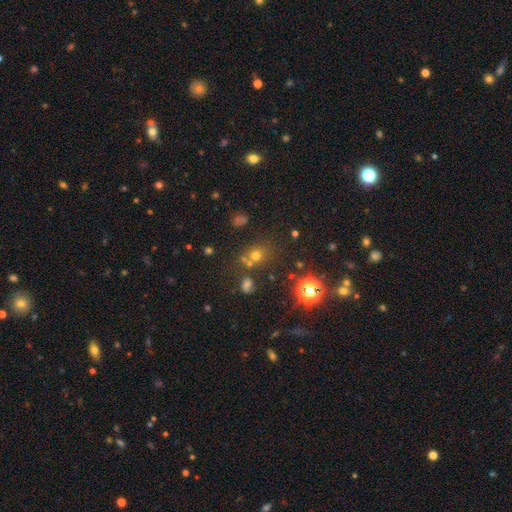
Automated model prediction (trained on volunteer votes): Morphology: type=smooth (52%); roundness=round (81%); merging=none (66%).